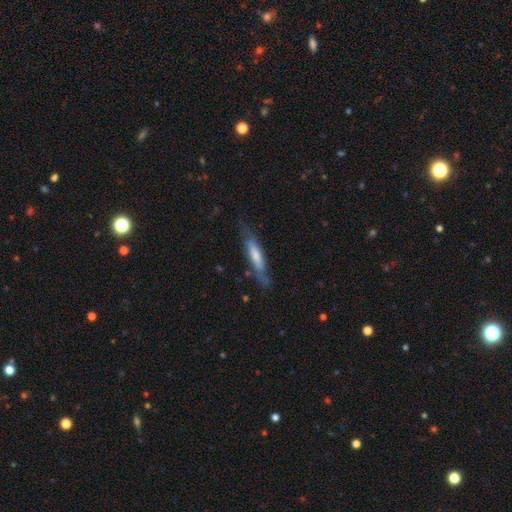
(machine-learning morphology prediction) Overall: smooth (51%; featured or disk 44%). How rounded: cigar-shaped (79%). Merging: none (65%).